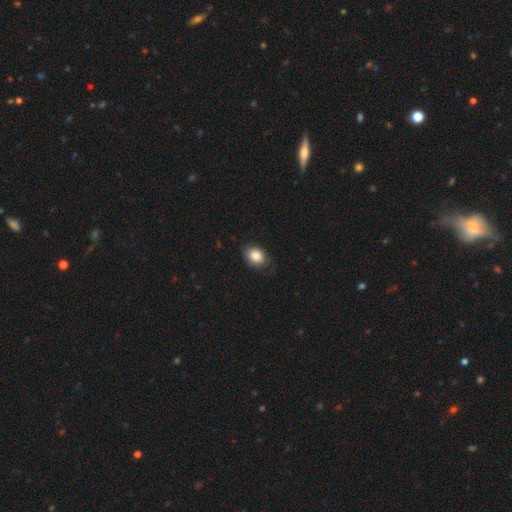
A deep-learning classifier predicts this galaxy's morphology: Smooth or featured? smooth (86%)
How rounded? in between (71%)
Merging? none (80%)